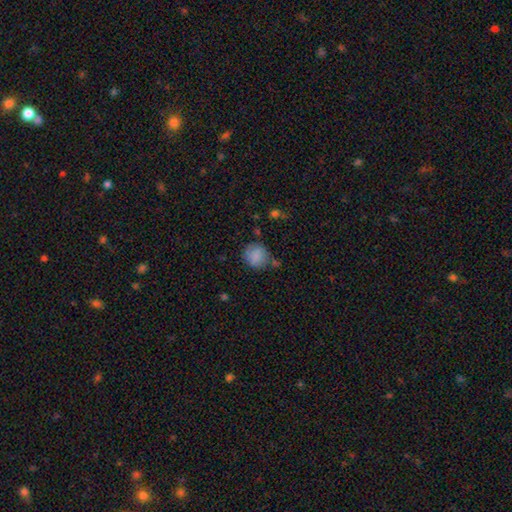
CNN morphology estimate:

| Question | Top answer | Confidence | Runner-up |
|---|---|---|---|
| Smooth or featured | smooth | 81% | featured or disk (11%) |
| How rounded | round | 83% | in between (16%) |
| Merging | none | 69% | minor disturbance (20%) |